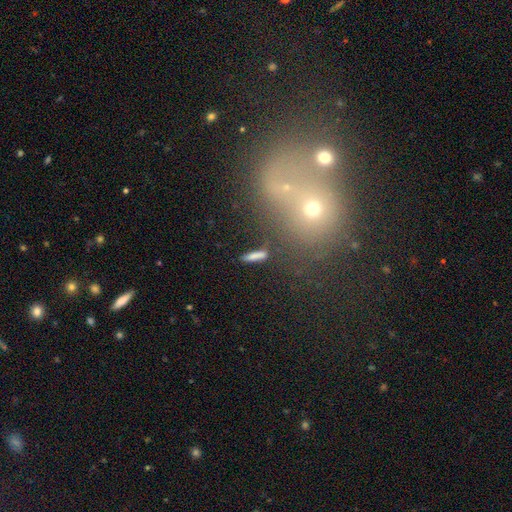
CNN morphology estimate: A smooth galaxy with no disk features (77%) that is cigar-shaped (77%).

Vote fractions:
- Smooth or featured? smooth: 77% / featured or disk: 13% / star or artifact: 10%
- How rounded? cigar-shaped: 77% / in between: 19% / round: 4%
- Merging? none: 76% / minor disturbance: 12% / merger: 7% / major disturbance: 5%